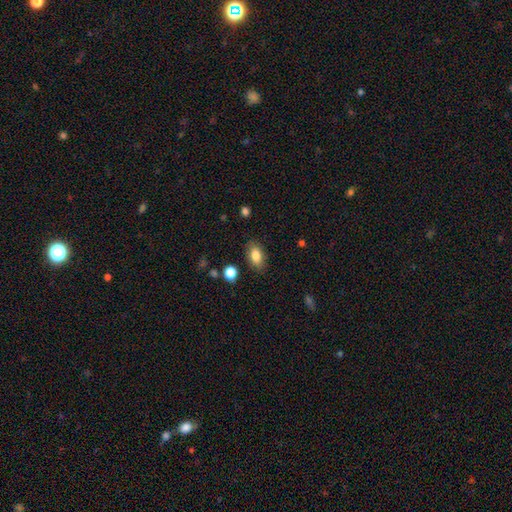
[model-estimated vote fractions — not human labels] Overall: smooth (83%). How rounded: in between (89%). Merging: none (84%).